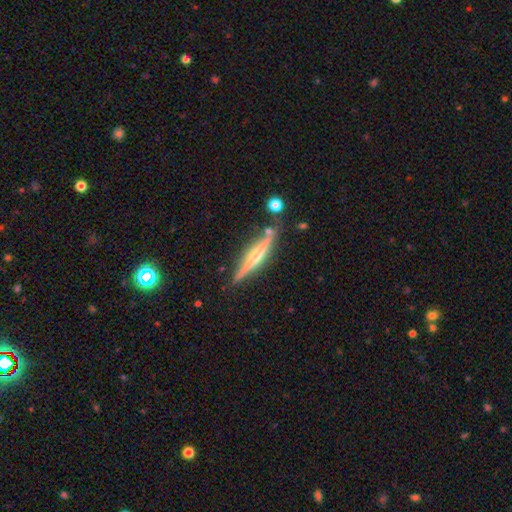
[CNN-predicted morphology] This is likely a featured or disk galaxy (75%). It is clearly viewed edge-on (97%). Edge-on bulge: likely rounded (78%). Merging: clearly none (84%).